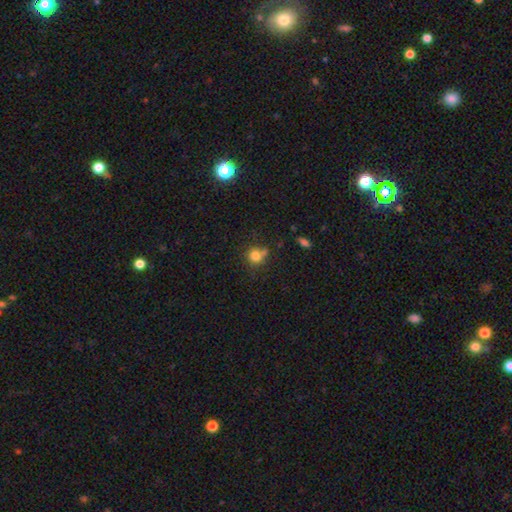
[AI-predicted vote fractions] The model was most divided on "merging": none: 61%, minor disturbance: 18%, merger: 16%, major disturbance: 6%. More confident: how rounded — round (87%); smooth or featured — smooth (79%).